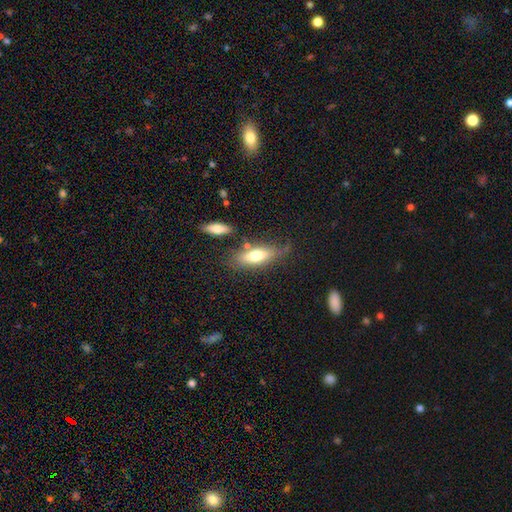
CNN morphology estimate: smooth_or_featured: smooth (p=0.68) [alt: featured or disk p=0.25]
how_rounded: in between (p=0.69) [alt: cigar-shaped p=0.28]
merging: none (p=0.63) [alt: minor disturbance p=0.19]